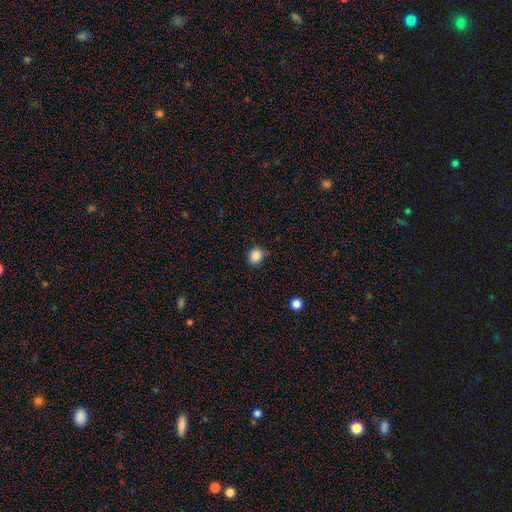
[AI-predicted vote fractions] smooth-or-featured: smooth: 87% | star or artifact: 10% | featured or disk: 3%
  how-rounded: round: 68% | in between: 31% | cigar-shaped: 1%
  merging: none: 83% | minor disturbance: 13% | major disturbance: 3% | merger: 1%